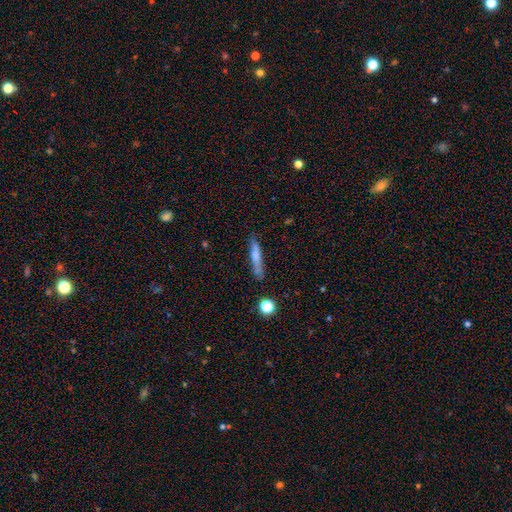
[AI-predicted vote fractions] Smooth or featured? Predicted: smooth (p=0.69). How rounded? Predicted: cigar-shaped (p=0.90). Merging? Predicted: none (p=0.74).